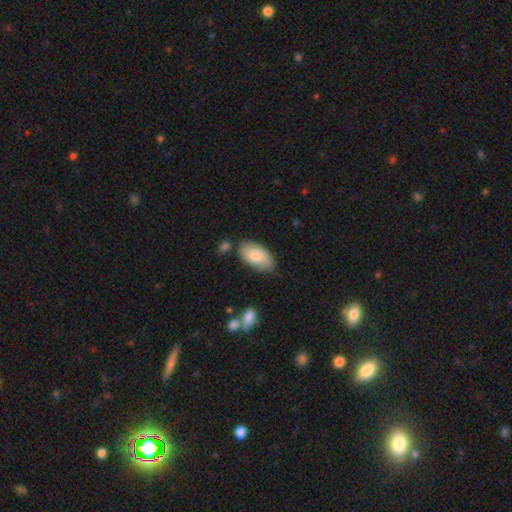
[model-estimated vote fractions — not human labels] A smooth galaxy with no disk features (81%) that is in between round and cigar-shaped (95%). Merging: none (74%).